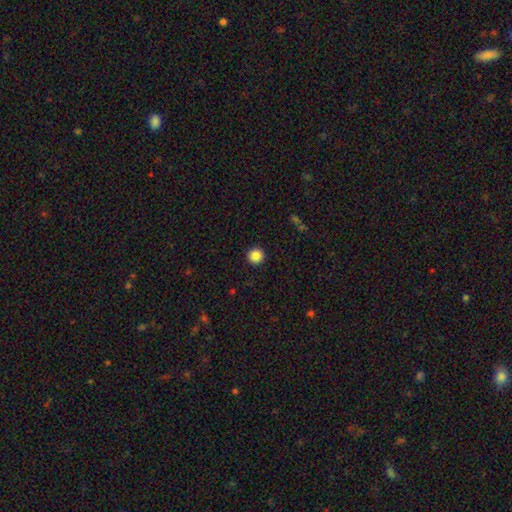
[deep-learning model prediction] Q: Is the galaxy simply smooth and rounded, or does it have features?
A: smooth — 86%.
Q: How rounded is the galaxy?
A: round — 96%.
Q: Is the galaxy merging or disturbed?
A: none — 93%.